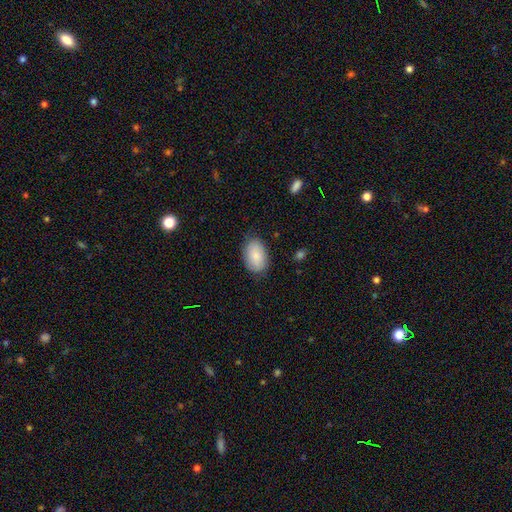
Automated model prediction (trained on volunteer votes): A smooth galaxy with no disk features (86%) that is in between round and cigar-shaped (92%). Merging: none (80%).